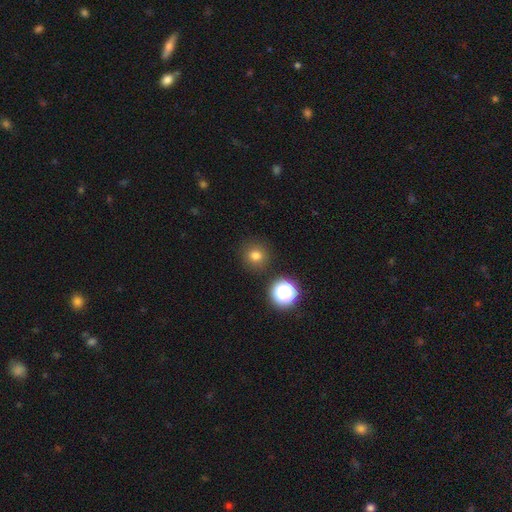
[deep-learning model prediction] Smooth or featured? smooth (77%)
How rounded? round (92%)
Merging? none (89%)